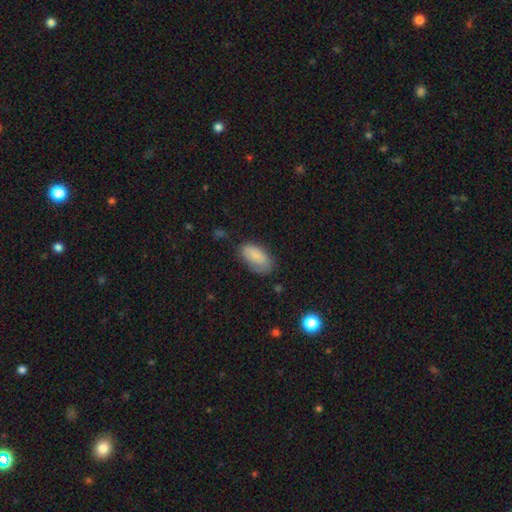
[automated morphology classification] This is clearly a smooth galaxy (83%). How rounded: clearly in between (92%). Merging: likely none (67%).